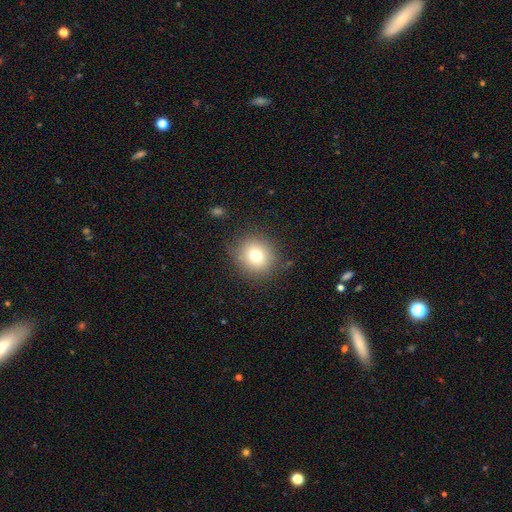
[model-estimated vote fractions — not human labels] smooth 76%, star or artifact 12%, featured or disk 12%. Down the decision tree: how rounded — round (86%); merging — none (84%).